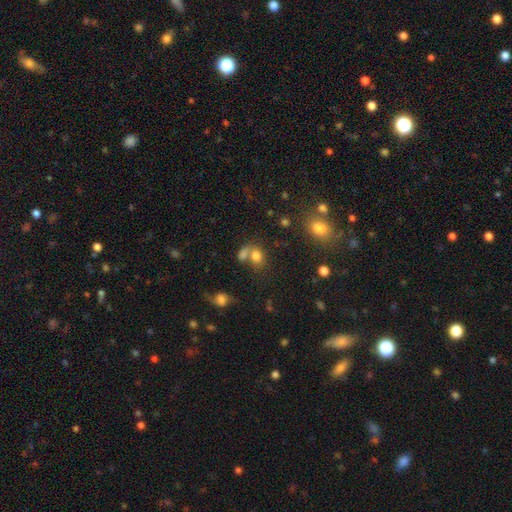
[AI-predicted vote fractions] Morphology: type=smooth (74%); roundness=in between (57%); merging=merger (43%).